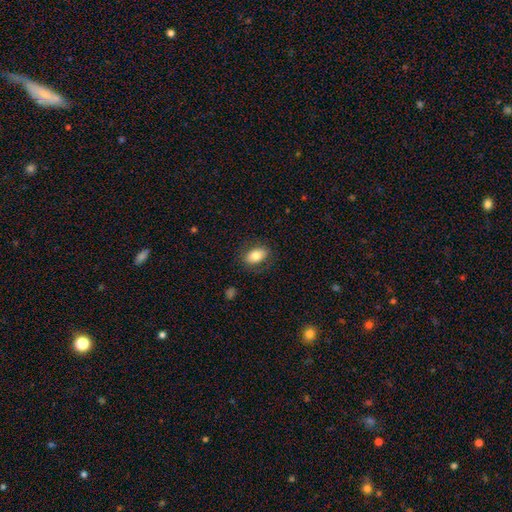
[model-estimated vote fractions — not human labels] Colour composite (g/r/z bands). It shows a smooth galaxy with no disk features (77%) that is in between round and cigar-shaped (88%). Merging: none (80%).